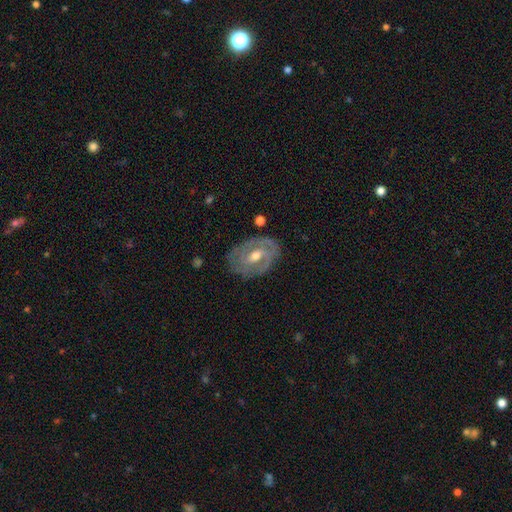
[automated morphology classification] Smooth or featured?
  - featured or disk: 77% *
  - smooth: 18%
  - star or artifact: 6%
Edge-on disk?
  - no: 95% *
  - yes: 5%
Bar?
  - weak: 46% *
  - no: 33%
  - strong: 21%
Spiral arms?
  - yes: 73% *
  - no: 27%
Spiral winding?
  - tight: 59% *
  - medium: 31%
  - loose: 10%
Spiral arm count?
  - 2: 45% *
  - can't tell: 33%
  - 3: 9%
  - 1: 7%
  - 4: 3%
  - more than 4: 2%
Bulge size?
  - moderate: 72% *
  - small: 22%
  - large: 4%
  - none: 1%
  - dominant: 1%
Merging?
  - none: 74% *
  - minor disturbance: 18%
  - major disturbance: 6%
  - merger: 2%